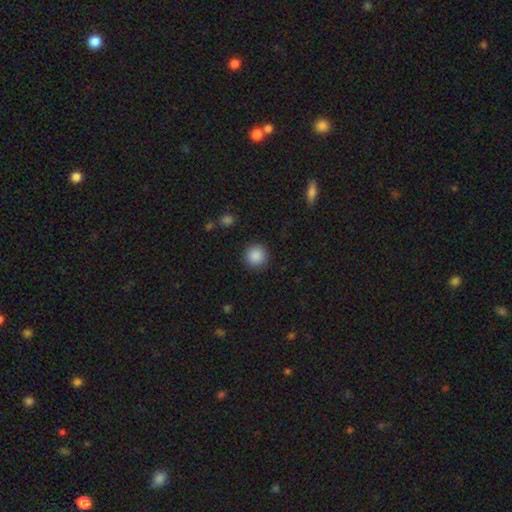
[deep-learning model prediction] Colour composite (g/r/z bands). It shows a smooth galaxy with no disk features (88%) that is round (95%). Merging: none (91%).